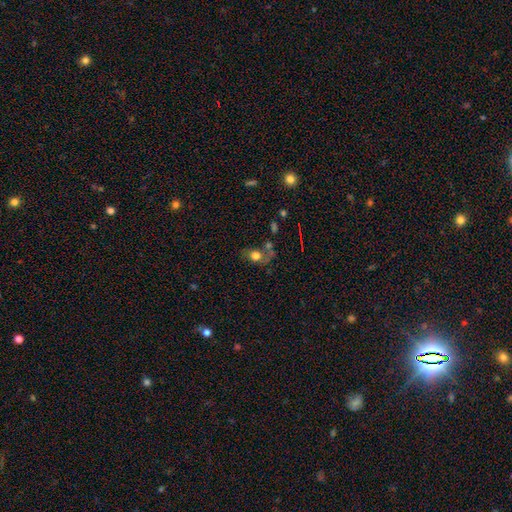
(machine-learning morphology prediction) Smooth or featured? smooth (70%)
How rounded? round (51%)
Merging? none (43%)